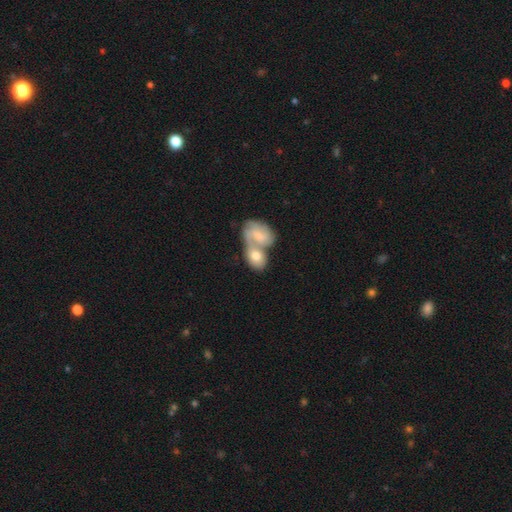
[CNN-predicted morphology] Smooth or featured?
  - smooth: 50% *
  - featured or disk: 42%
  - star or artifact: 8%
Merging?
  - merger: 67% *
  - none: 21%
  - minor disturbance: 8%
  - major disturbance: 4%